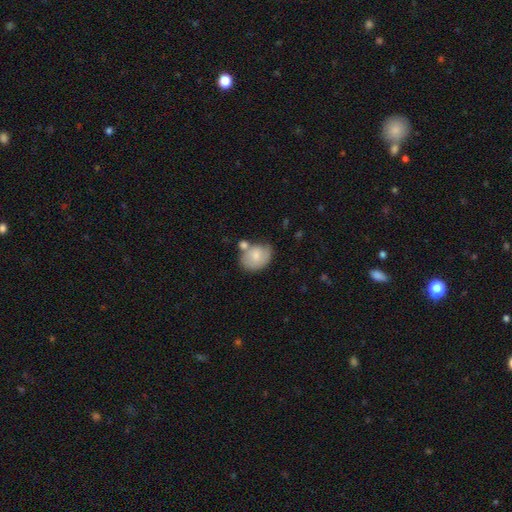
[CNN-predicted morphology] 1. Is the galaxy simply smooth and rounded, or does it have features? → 72% smooth, 21% featured or disk, 7% star or artifact.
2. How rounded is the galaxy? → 62% in between, 37% round, 1% cigar-shaped.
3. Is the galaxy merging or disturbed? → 45% none, 24% minor disturbance, 23% merger, 8% major disturbance.